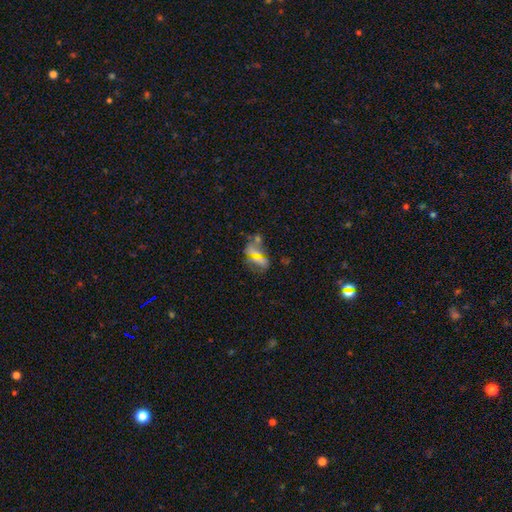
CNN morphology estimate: This is marginally a star or artifact rather than a galaxy (36%).